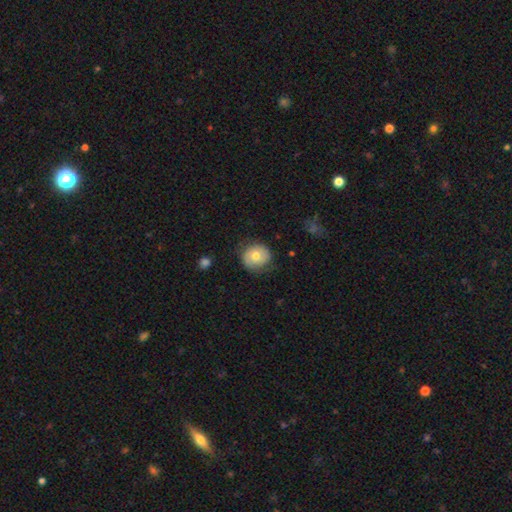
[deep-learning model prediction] Morphology: type=smooth (66%); roundness=round (82%); merging=none (73%).